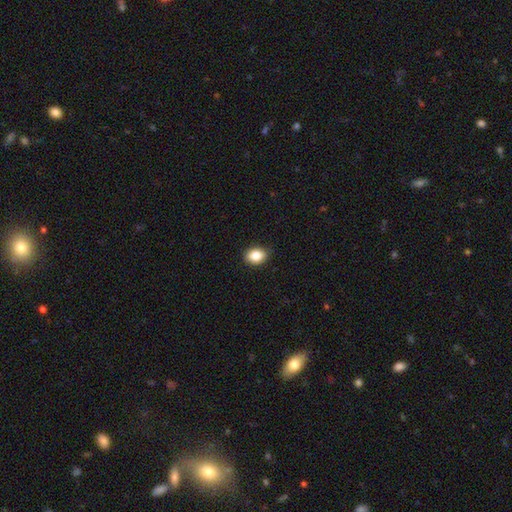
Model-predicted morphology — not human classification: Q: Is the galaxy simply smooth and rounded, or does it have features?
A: smooth — 86%.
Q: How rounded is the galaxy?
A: in between — 59%.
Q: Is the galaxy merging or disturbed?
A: none — 89%.